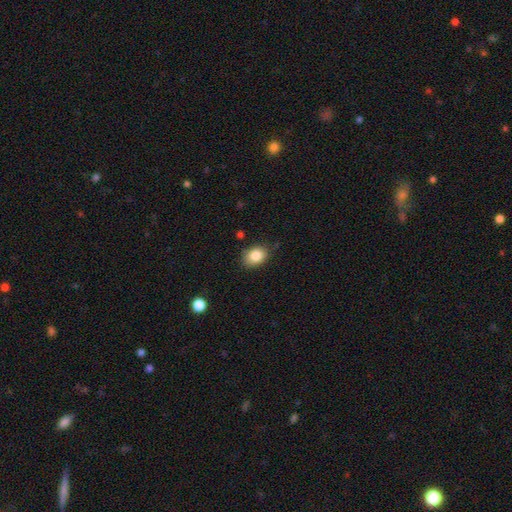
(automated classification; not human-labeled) Overall: smooth (86%). How rounded: in between (69%; round 30%). Merging: none (80%).